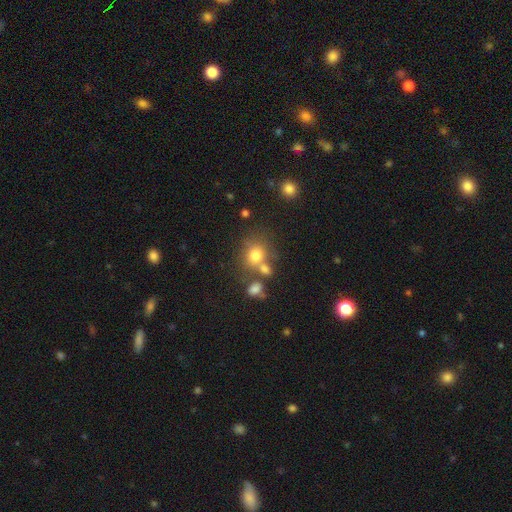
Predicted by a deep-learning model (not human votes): Smooth or featured? Predicted: smooth (p=0.75). How rounded? Predicted: round (p=0.69). Merging? Predicted: none (p=0.54).